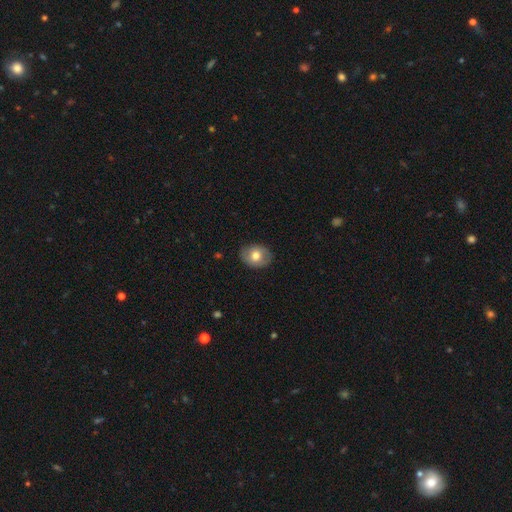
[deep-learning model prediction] This is likely a smooth galaxy (70%). How rounded: possibly in between (60%). Merging: clearly none (85%).